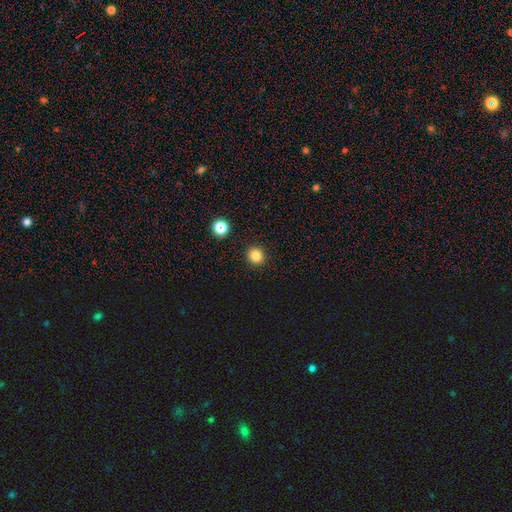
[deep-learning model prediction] This appears to be a smooth galaxy with no disk features (82%) that is round (91%). Merging: none (92%).